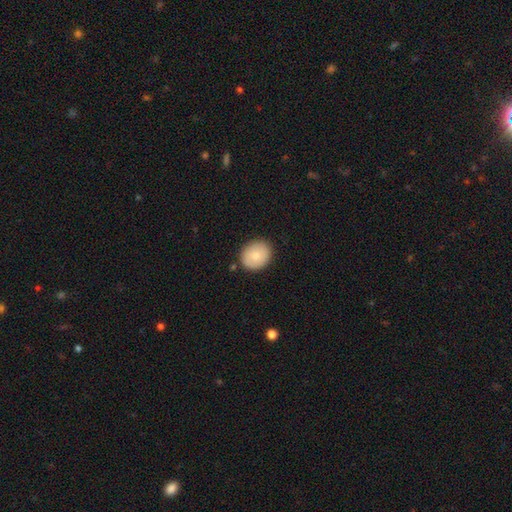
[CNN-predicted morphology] A smooth galaxy with no disk features (80%) that is round (65%).

Vote fractions:
- Smooth or featured? smooth: 80% / featured or disk: 14% / star or artifact: 7%
- How rounded? round: 65% / in between: 34% / cigar-shaped: 1%
- Merging? none: 86% / minor disturbance: 10% / major disturbance: 2% / merger: 2%